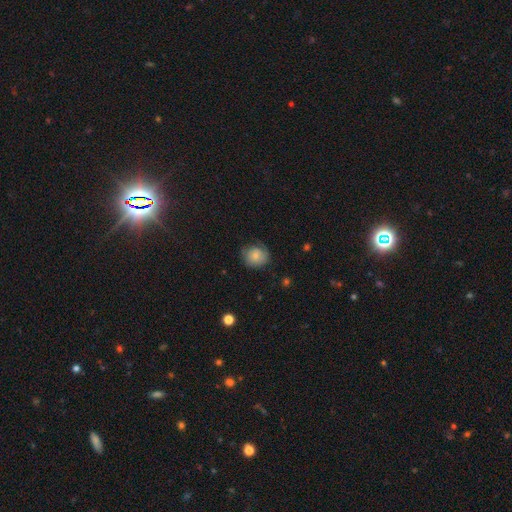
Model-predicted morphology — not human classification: Overall: smooth (74%). How rounded: round (80%). Merging: none (69%).